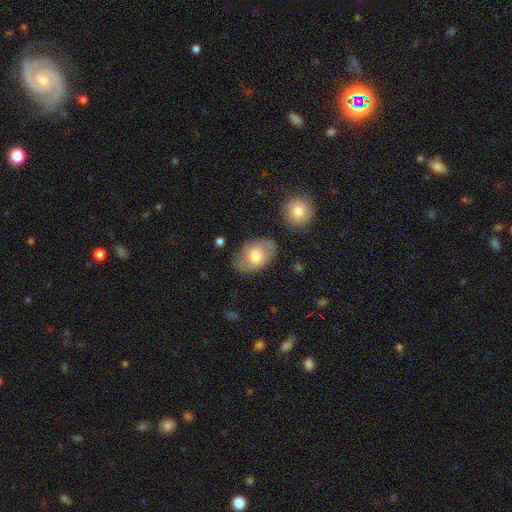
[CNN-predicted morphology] Overall: smooth (70%). How rounded: in between (84%). Merging: none (73%).